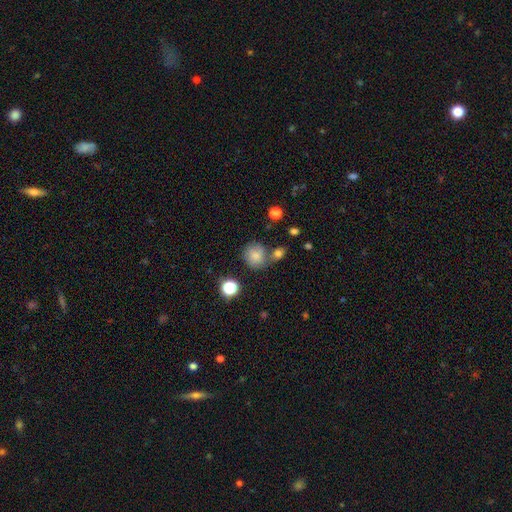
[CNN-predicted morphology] The model was most divided on "merging": none: 56%, merger: 22%, minor disturbance: 16%, major disturbance: 6%. More confident: how rounded — round (82%); smooth or featured — smooth (76%).